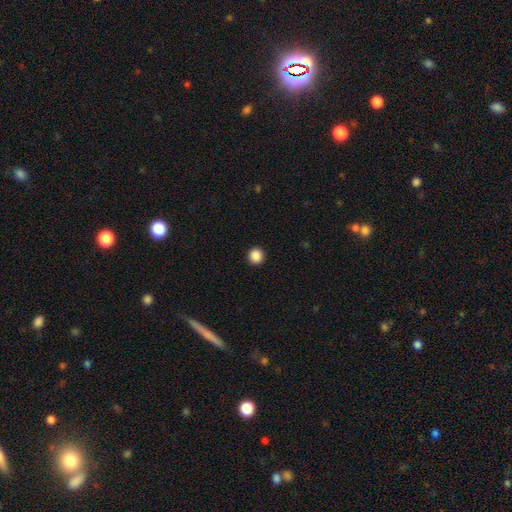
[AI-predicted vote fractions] smooth-or-featured: smooth: 88% | star or artifact: 10% | featured or disk: 3%
  how-rounded: round: 93% | in between: 6% | cigar-shaped: 1%
  merging: none: 93% | minor disturbance: 4% | major disturbance: 2% | merger: 1%